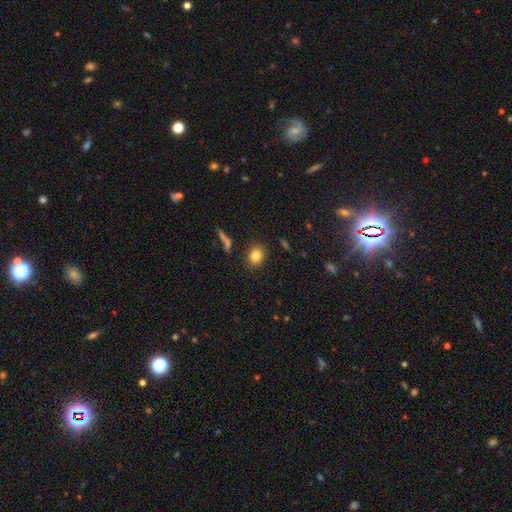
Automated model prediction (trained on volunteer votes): A smooth galaxy with no disk features (81%) that is round (60%).

Vote fractions:
- Smooth or featured? smooth: 81% / star or artifact: 11% / featured or disk: 8%
- How rounded? round: 60% / in between: 38% / cigar-shaped: 2%
- Merging? none: 87% / minor disturbance: 8% / major disturbance: 2% / merger: 2%